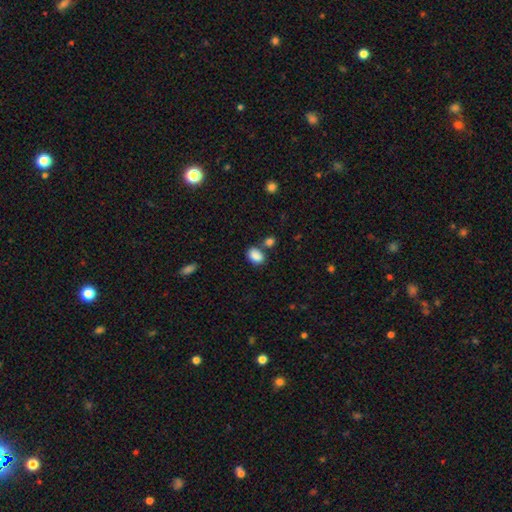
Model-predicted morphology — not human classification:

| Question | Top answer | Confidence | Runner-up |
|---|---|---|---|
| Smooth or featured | smooth | 87% | star or artifact (9%) |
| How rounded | in between | 80% | round (19%) |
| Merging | none | 63% | merger (18%) |